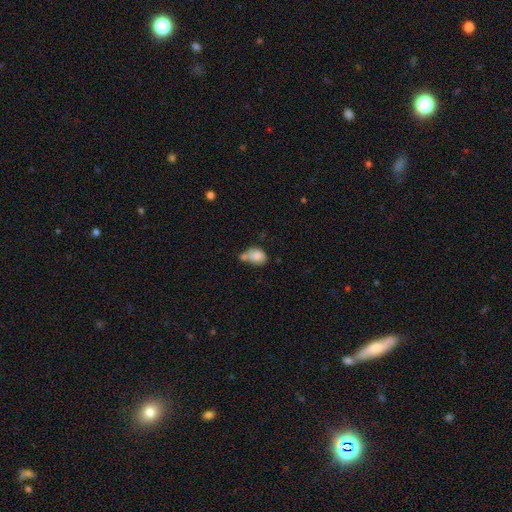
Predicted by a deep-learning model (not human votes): Smooth or featured? Predicted: smooth (p=0.82). How rounded? Predicted: in between (p=0.69). Merging? Predicted: merger (p=0.38).